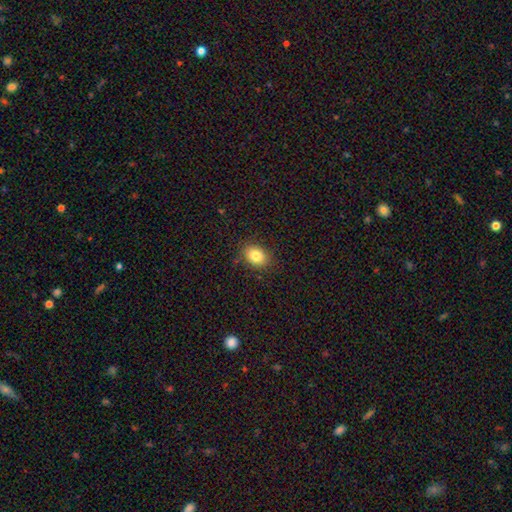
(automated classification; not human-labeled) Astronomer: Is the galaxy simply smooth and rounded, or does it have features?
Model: smooth — 83%.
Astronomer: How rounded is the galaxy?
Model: in between — 65%.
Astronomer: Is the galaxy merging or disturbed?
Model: none — 85%.